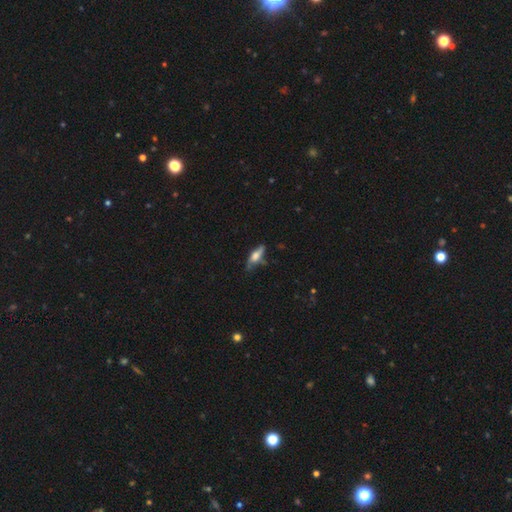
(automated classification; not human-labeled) A smooth galaxy with no disk features (52%) that is cigar-shaped (50%). Merging: none (61%).